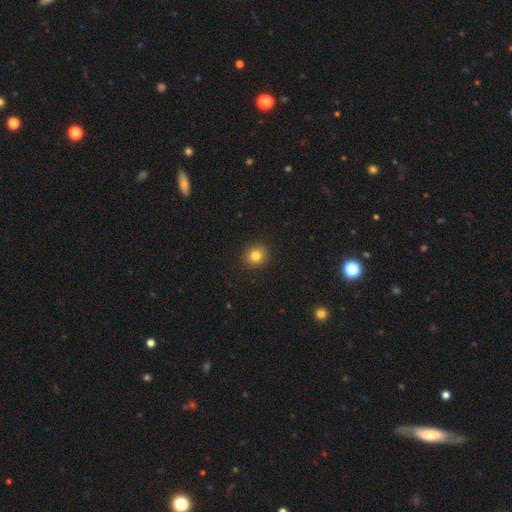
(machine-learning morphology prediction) smooth_or_featured: smooth (p=0.82) [alt: star or artifact p=0.11]
how_rounded: round (p=0.83) [alt: in between p=0.16]
merging: none (p=0.91) [alt: minor disturbance p=0.06]